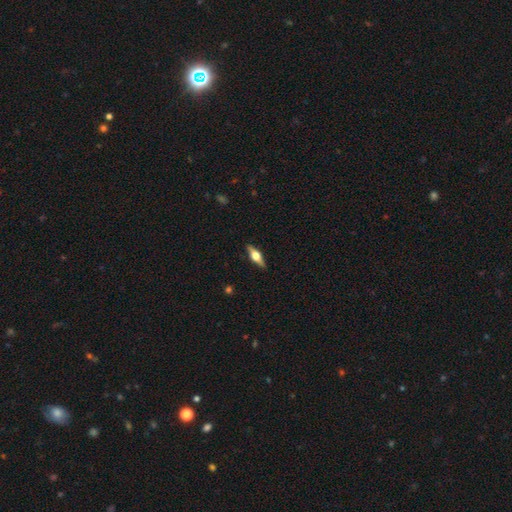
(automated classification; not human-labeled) Morphology: type=featured or disk (63%); edge-on=yes (95%); edge-on bulge=rounded (93%); merging=none (89%).